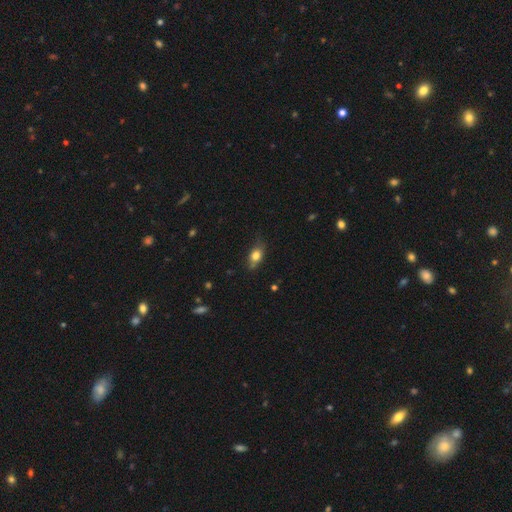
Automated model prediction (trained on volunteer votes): smooth 77%, featured or disk 14%, star or artifact 9%. Down the decision tree: how rounded — in between (75%); merging — none (63%).